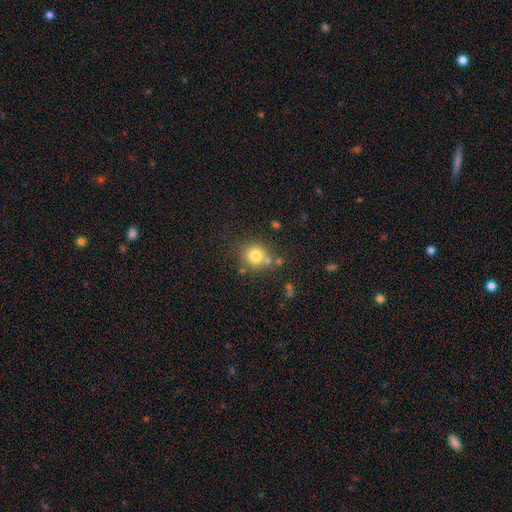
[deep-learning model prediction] Q: Smooth or featured?
A: smooth (78%); runner-up: star or artifact (13%)
Q: How rounded?
A: round (89%); runner-up: in between (10%)
Q: Merging?
A: none (71%); runner-up: merger (13%)